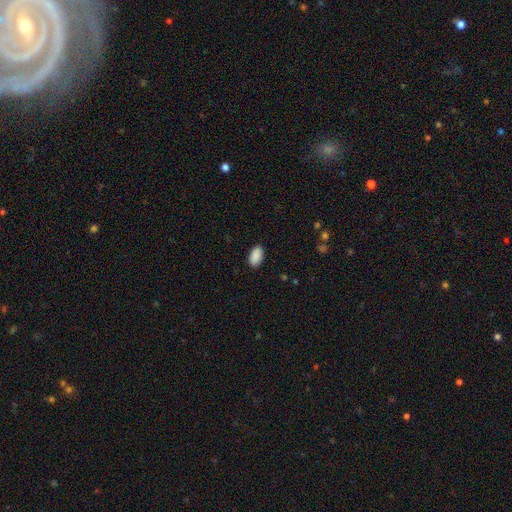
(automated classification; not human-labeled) A smooth galaxy with no disk features (91%) that is in between round and cigar-shaped (94%).

Vote fractions:
- Smooth or featured? smooth: 91% / star or artifact: 7% / featured or disk: 2%
- How rounded? in between: 94% / round: 4% / cigar-shaped: 2%
- Merging? none: 89% / minor disturbance: 8% / major disturbance: 2% / merger: 1%